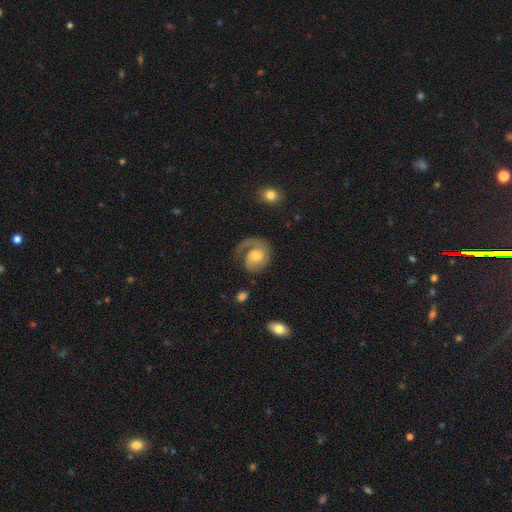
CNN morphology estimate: featured or disk 80%, smooth 14%, star or artifact 6%. Down the decision tree: edge-on disk — no (98%); bar — no (70%); spiral arms — yes (95%); spiral arm count — 1 (67%); spiral winding — tight (44%); bulge size — moderate (49%); merging — none (58%).